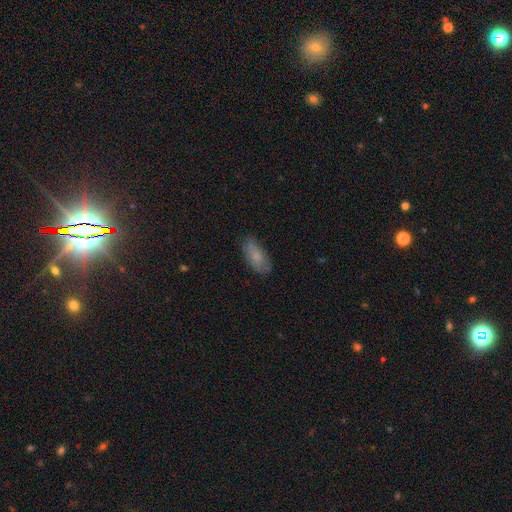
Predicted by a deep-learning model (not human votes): Smooth or featured? Predicted: smooth (p=0.74). How rounded? Predicted: in between (p=0.86). Merging? Predicted: none (p=0.72).